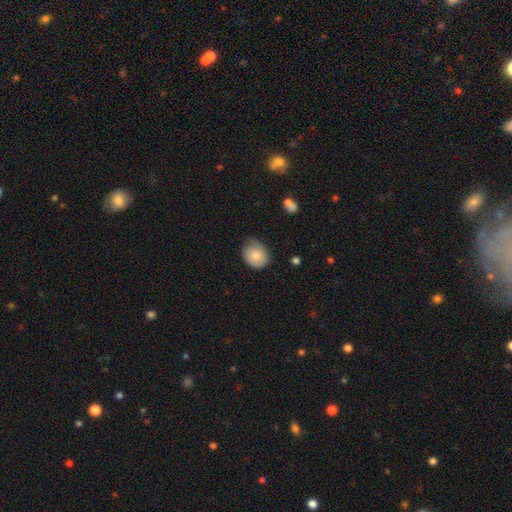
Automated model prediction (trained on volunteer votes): smooth_or_featured: smooth (p=0.82) [alt: featured or disk p=0.11]
how_rounded: round (p=0.54) [alt: in between p=0.45]
merging: none (p=0.59) [alt: minor disturbance p=0.34]